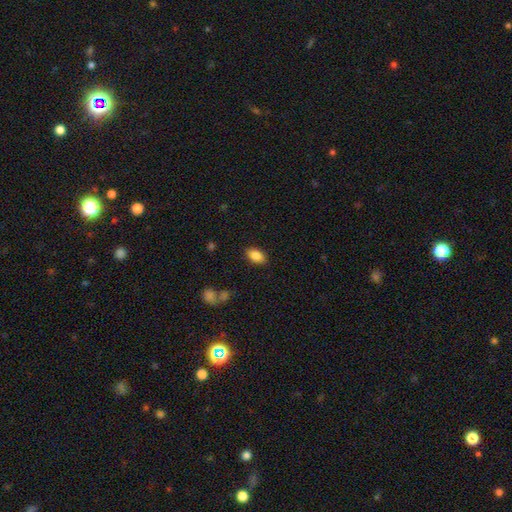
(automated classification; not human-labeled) Q: Smooth or featured?
A: smooth (86%); runner-up: star or artifact (8%)
Q: How rounded?
A: in between (91%); runner-up: round (7%)
Q: Merging?
A: none (86%); runner-up: minor disturbance (10%)